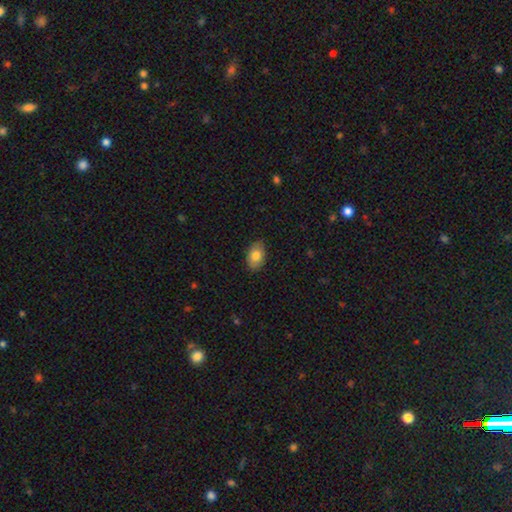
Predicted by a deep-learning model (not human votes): Smooth or featured: smooth — 80% (featured or disk — 13%)
How rounded: in between — 90% (round — 9%)
Merging: none — 86% (minor disturbance — 11%)